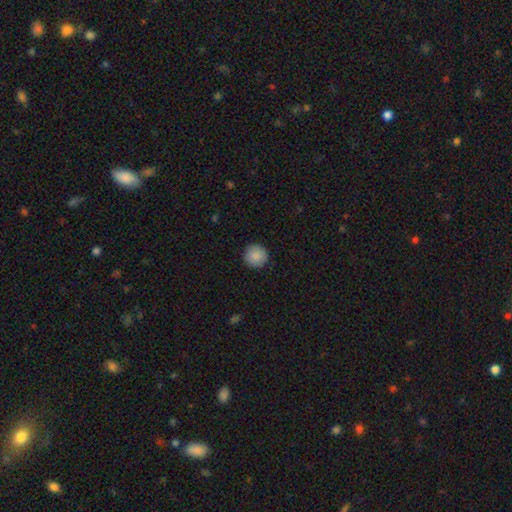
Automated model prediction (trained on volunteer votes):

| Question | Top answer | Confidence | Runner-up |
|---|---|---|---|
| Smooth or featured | smooth | 89% | star or artifact (7%) |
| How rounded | round | 95% | in between (4%) |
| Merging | none | 91% | minor disturbance (6%) |